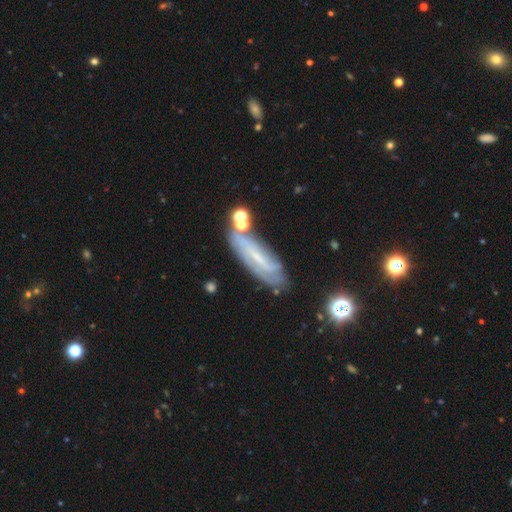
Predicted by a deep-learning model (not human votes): Smooth or featured? featured or disk (66%)
Edge-on disk? no (72%)
Merging? none (67%)